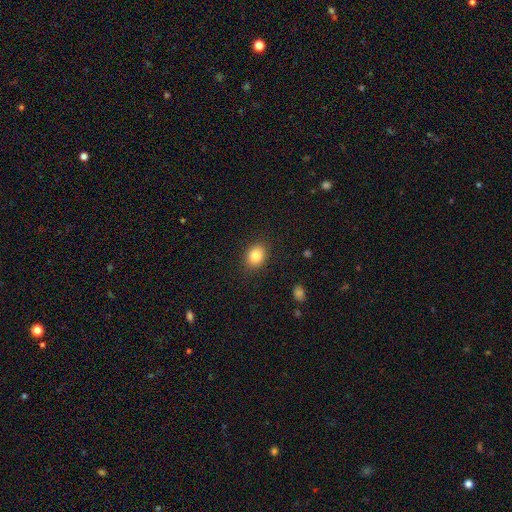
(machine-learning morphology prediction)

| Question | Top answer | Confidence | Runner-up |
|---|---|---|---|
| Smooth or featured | smooth | 84% | star or artifact (9%) |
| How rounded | in between | 50% | round (49%) |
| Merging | none | 88% | minor disturbance (8%) |